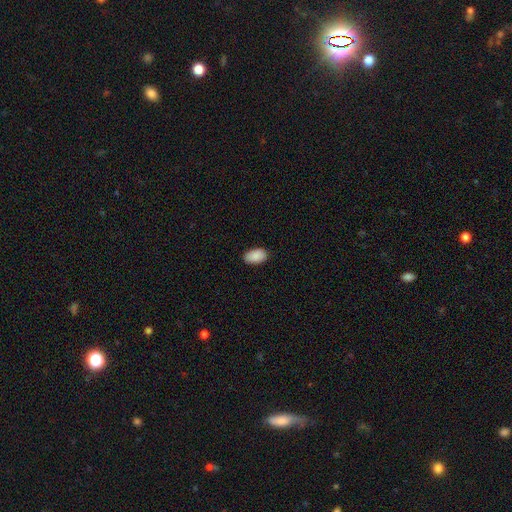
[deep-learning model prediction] The model was most divided on "merging": none: 88%, minor disturbance: 9%, major disturbance: 2%, merger: 1%. More confident: how rounded — in between (94%); smooth or featured — smooth (90%).